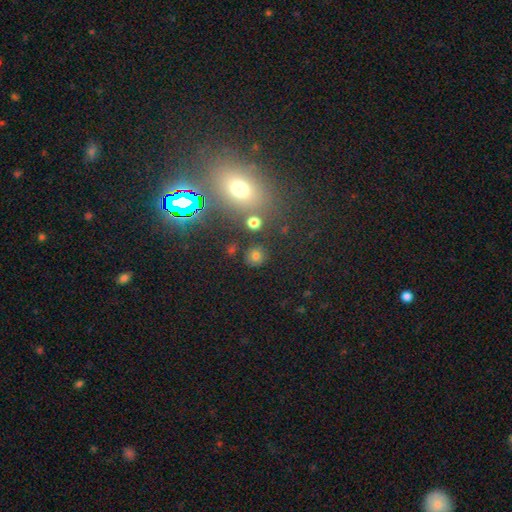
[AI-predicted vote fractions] Smooth or featured? Predicted: smooth (p=0.72). How rounded? Predicted: round (p=0.88). Merging? Predicted: none (p=0.84).